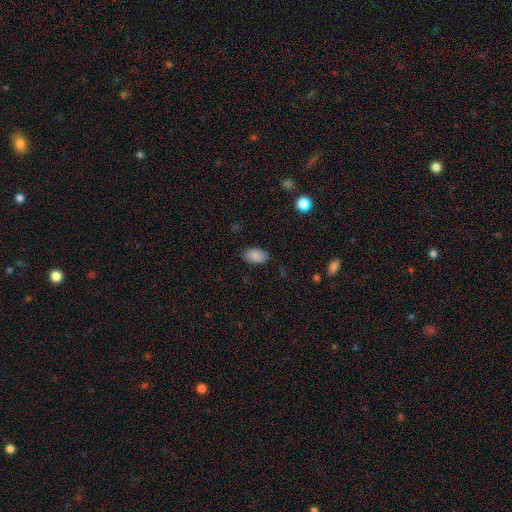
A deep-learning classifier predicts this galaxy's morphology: Smooth or featured: smooth — 87% (star or artifact — 8%)
How rounded: in between — 93% (round — 5%)
Merging: none — 84% (minor disturbance — 12%)